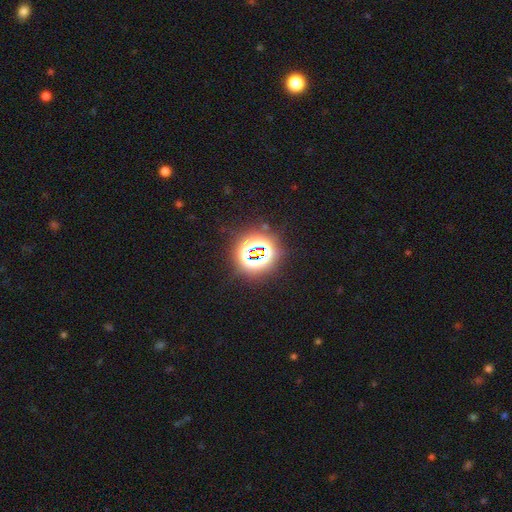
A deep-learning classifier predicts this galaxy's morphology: Smooth or featured? star or artifact (73%)